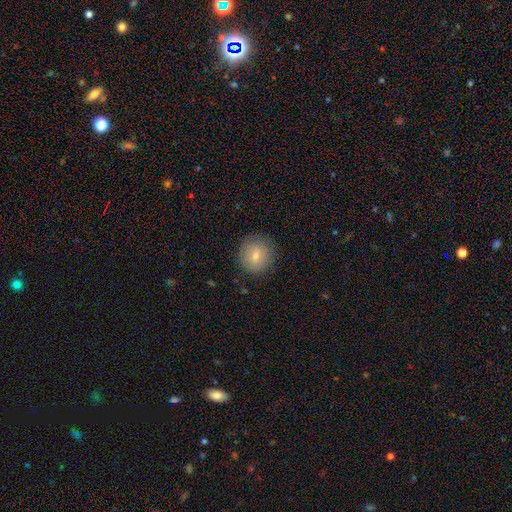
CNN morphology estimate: Overall: smooth (72%). How rounded: round (90%). Merging: none (87%).